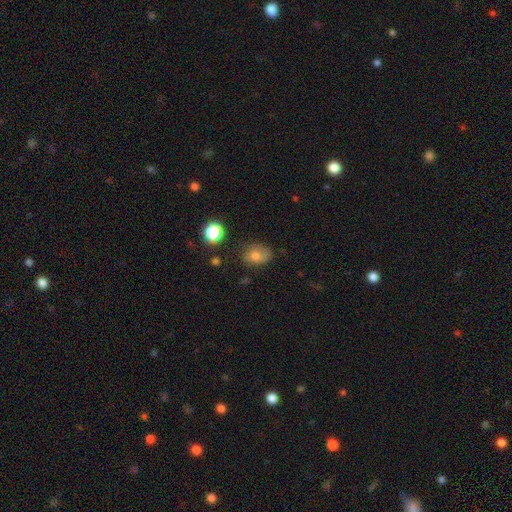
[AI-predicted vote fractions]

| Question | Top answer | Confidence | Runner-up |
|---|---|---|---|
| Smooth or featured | smooth | 72% | featured or disk (15%) |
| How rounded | in between | 63% | round (36%) |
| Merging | none | 64% | minor disturbance (26%) |